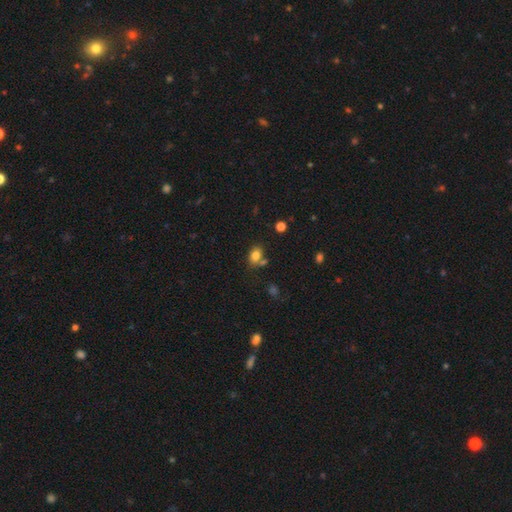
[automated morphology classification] Smooth or featured: smooth — 81% (star or artifact — 11%)
How rounded: in between — 75% (round — 24%)
Merging: none — 64% (merger — 18%)